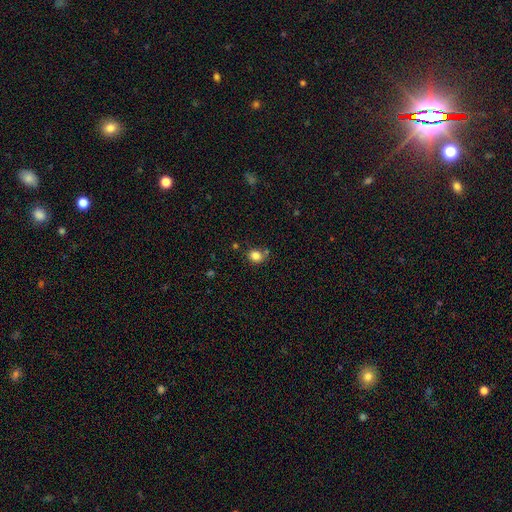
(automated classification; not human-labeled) Smooth or featured?
  - smooth: 83% *
  - star or artifact: 12%
  - featured or disk: 6%
How rounded?
  - round: 68% *
  - in between: 31%
  - cigar-shaped: 1%
Merging?
  - none: 71% *
  - minor disturbance: 15%
  - merger: 10%
  - major disturbance: 4%